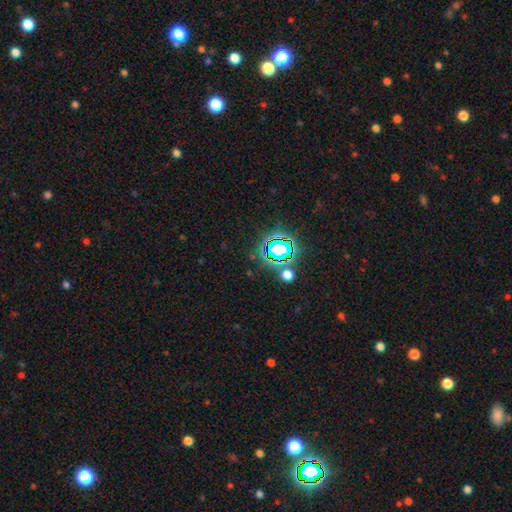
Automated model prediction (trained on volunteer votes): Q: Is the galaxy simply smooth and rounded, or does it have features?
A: star or artifact — 78%.